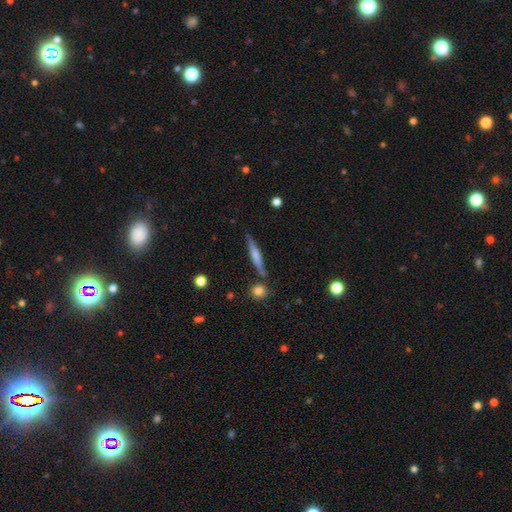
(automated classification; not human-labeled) Smooth or featured: smooth — 53% (featured or disk — 41%)
How rounded: cigar-shaped — 90% (in between — 8%)
Merging: none — 79% (minor disturbance — 13%)